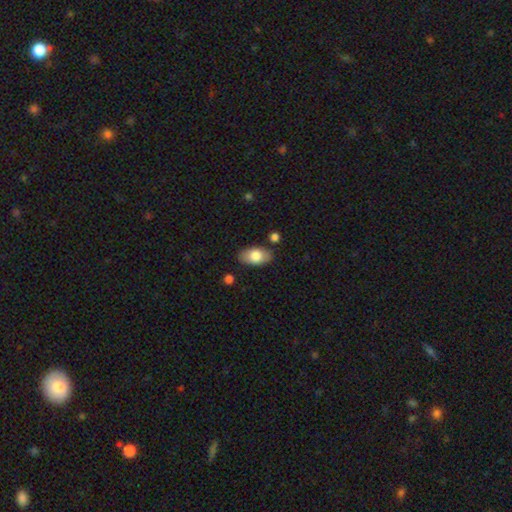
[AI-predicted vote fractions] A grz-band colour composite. It shows a smooth galaxy with no disk features (78%) that is in between round and cigar-shaped (93%). Merging: none (83%).